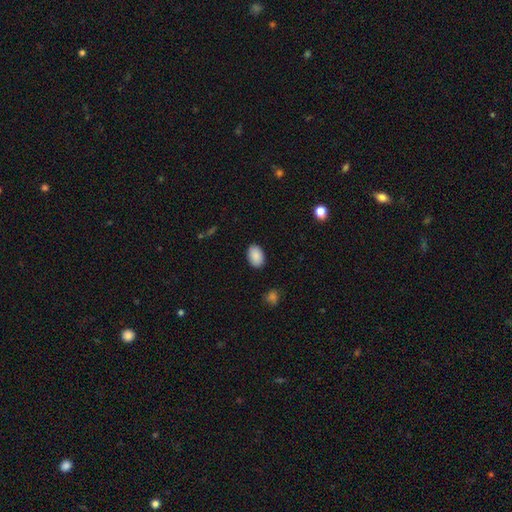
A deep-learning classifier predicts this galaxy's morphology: Smooth or featured? smooth (90%)
How rounded? in between (88%)
Merging? none (88%)